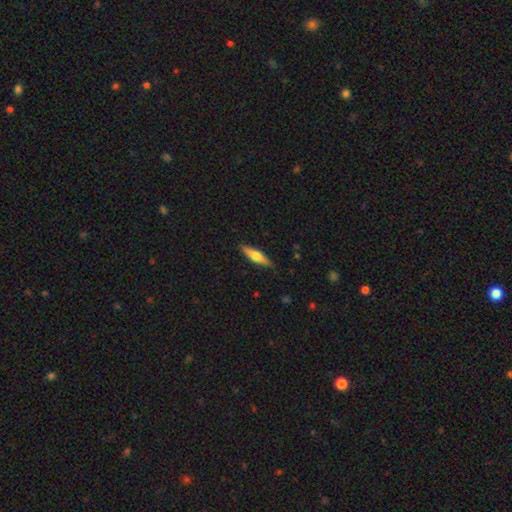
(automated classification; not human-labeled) A smooth galaxy with no disk features (47%, tied with featured or disk).

Vote fractions:
- Smooth or featured? smooth: 47% (tied) / featured or disk: 47% (tied) / star or artifact: 6%
- Merging? none: 88% / minor disturbance: 9% / major disturbance: 2% / merger: 1%